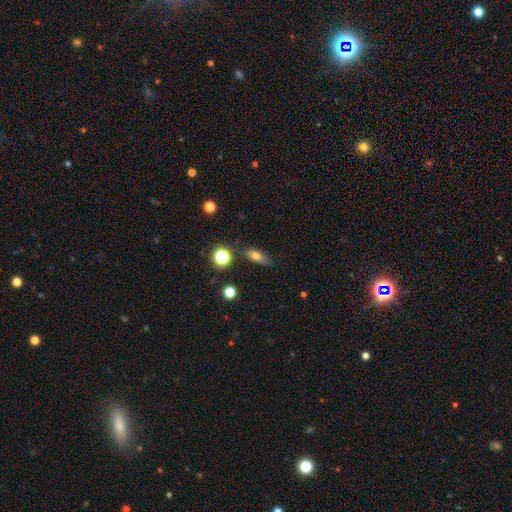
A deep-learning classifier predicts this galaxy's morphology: A smooth galaxy with no disk features (71%) that is in between round and cigar-shaped (68%). Merging: none (78%).